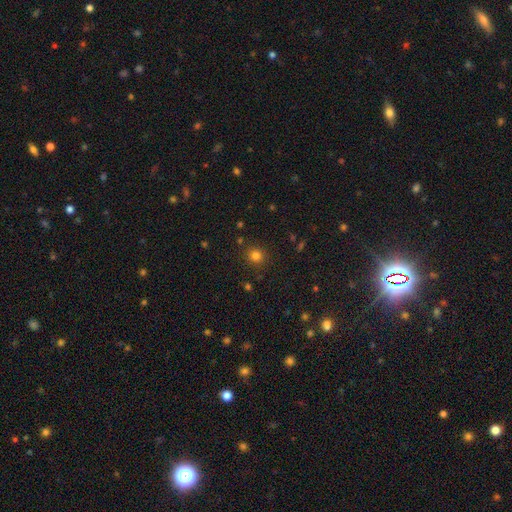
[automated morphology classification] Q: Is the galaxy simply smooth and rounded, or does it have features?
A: smooth — 79%.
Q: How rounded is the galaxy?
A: round — 90%.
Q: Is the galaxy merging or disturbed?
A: none — 88%.